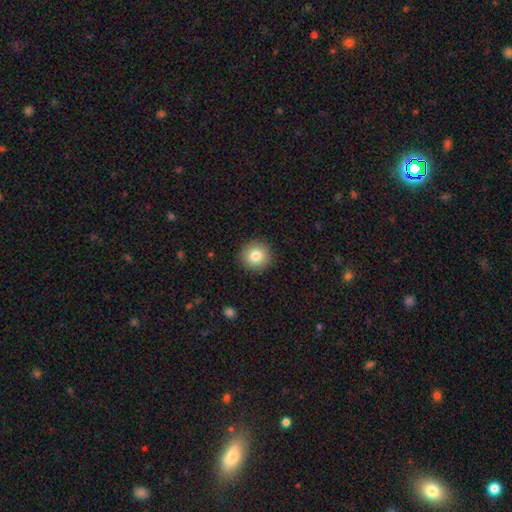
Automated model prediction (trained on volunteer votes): Overall: smooth (81%). How rounded: round (94%). Merging: none (92%).